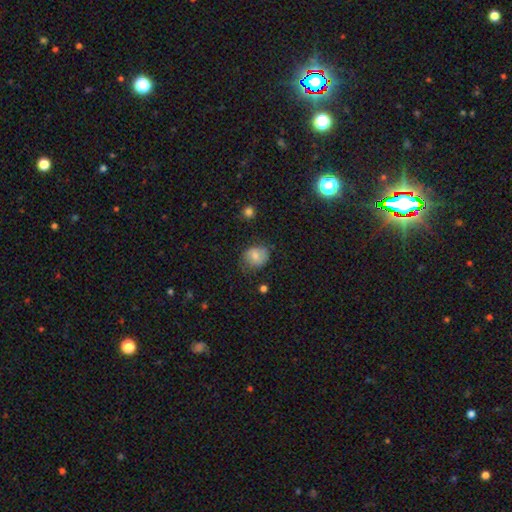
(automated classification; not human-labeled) smooth 71%, featured or disk 20%, star or artifact 9%. Down the decision tree: how rounded — round (55%); merging — none (66%).